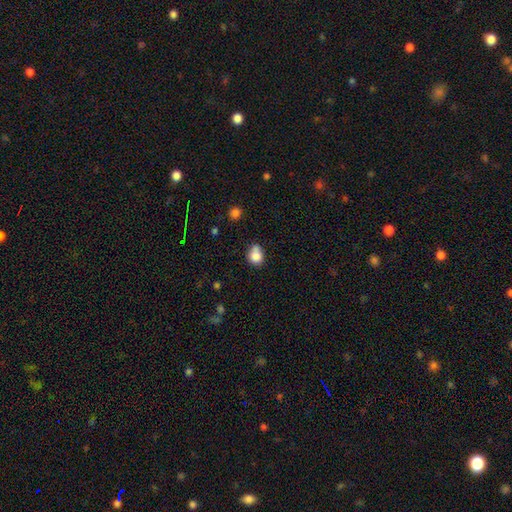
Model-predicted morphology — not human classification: The model was most divided on "how rounded": round: 54%, in between: 45%, cigar-shaped: 1%. More confident: smooth or featured — smooth (82%); merging — none (51%).